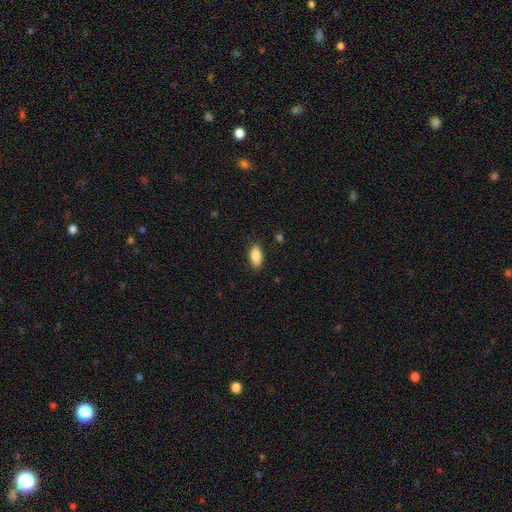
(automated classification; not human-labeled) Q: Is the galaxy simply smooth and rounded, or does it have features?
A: smooth — 87%.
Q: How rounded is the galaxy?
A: in between — 90%.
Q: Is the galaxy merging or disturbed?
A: none — 87%.